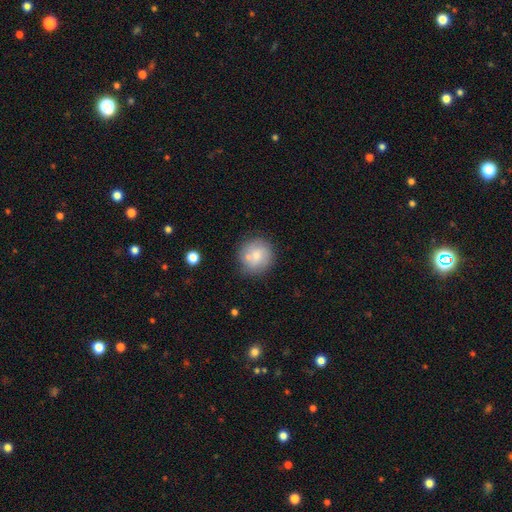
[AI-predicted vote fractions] Smooth or featured? Predicted: smooth (p=0.69). How rounded? Predicted: round (p=0.91). Merging? Predicted: none (p=0.68).